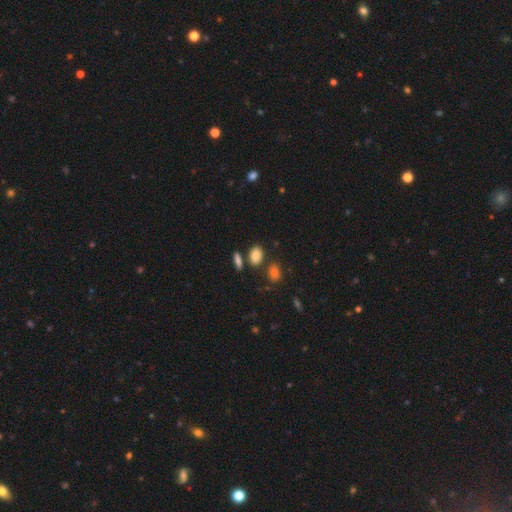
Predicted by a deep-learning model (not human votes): A smooth galaxy with no disk features (85%) that is in between round and cigar-shaped (84%). Merging: none (72%).